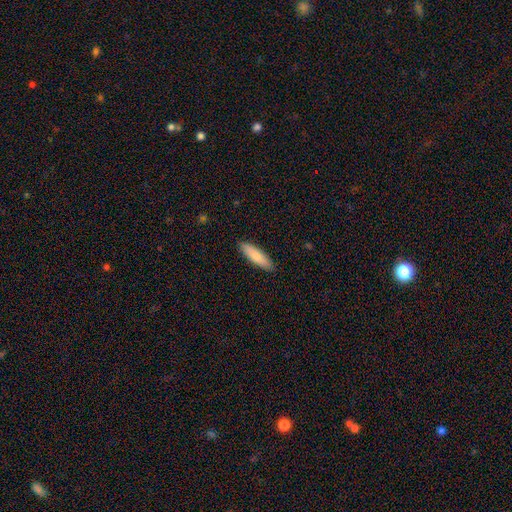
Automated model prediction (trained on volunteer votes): Smooth or featured? Predicted: smooth (p=0.81). How rounded? Predicted: cigar-shaped (p=0.62). Merging? Predicted: none (p=0.89).